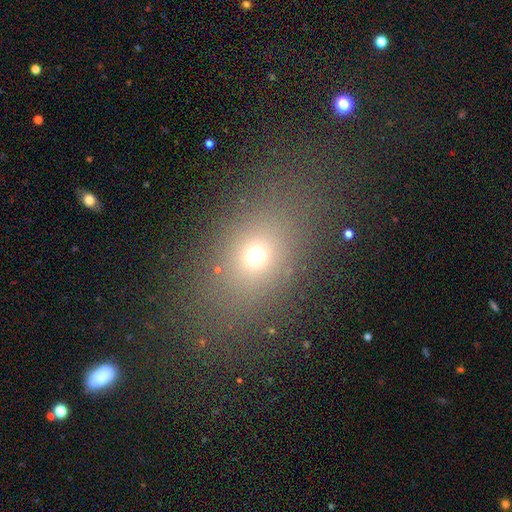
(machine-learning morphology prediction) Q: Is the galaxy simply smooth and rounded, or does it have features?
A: smooth — 64%.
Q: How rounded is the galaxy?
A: in between — 50%.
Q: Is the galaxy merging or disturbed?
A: none — 75%.